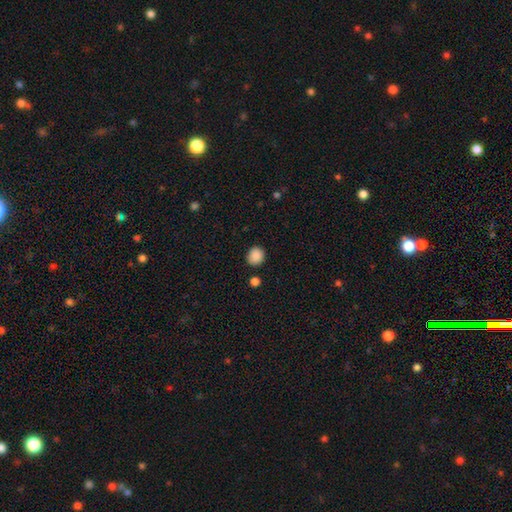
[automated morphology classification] type=smooth (88%); roundness=round (75%); merging=none (86%).